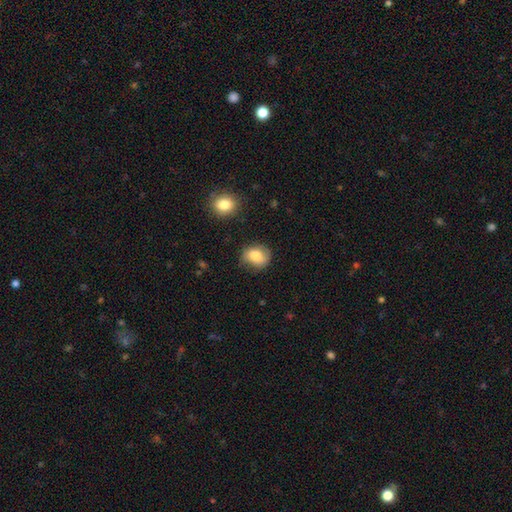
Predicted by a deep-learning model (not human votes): Overall: smooth (73%). How rounded: round (58%; in between 41%). Merging: none (68%).